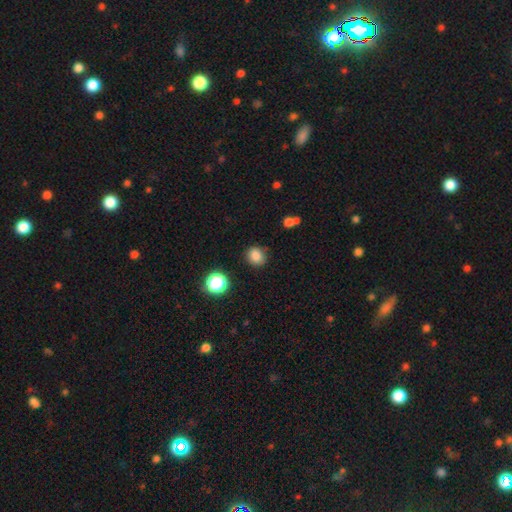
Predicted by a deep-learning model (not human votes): The model was most divided on "how rounded": round: 71%, in between: 28%, cigar-shaped: 1%. More confident: merging — none (85%); smooth or featured — smooth (84%).